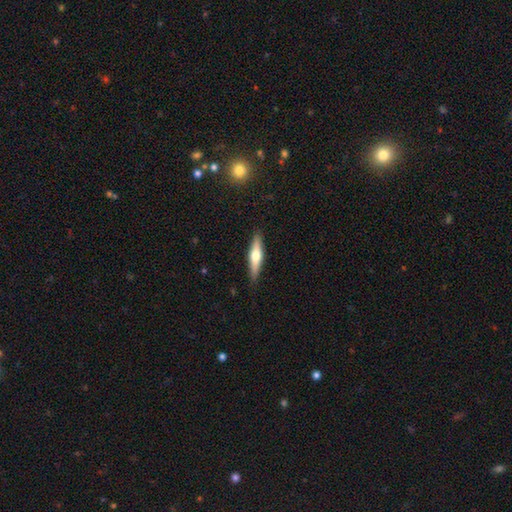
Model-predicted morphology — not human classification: This is possibly a featured or disk galaxy (50%). It is clearly viewed edge-on (94%). Merging: clearly none (89%).